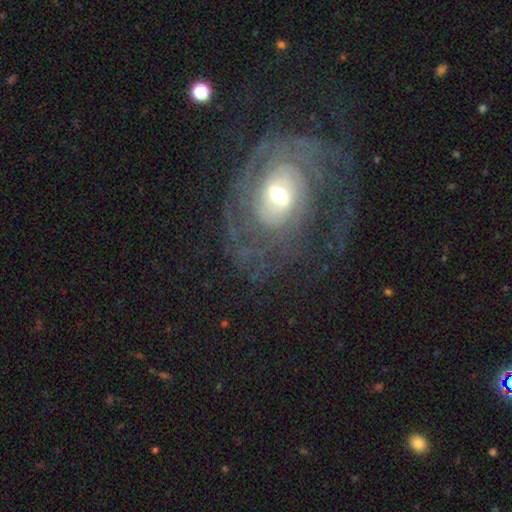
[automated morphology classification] Smooth or featured? featured or disk (81%)
Edge-on disk? no (96%)
Bar? no (58%)
Spiral arms? yes (85%)
Spiral winding? tight (56%)
Spiral arm count? can't tell (38%)
Bulge size? moderate (59%)
Merging? none (56%)